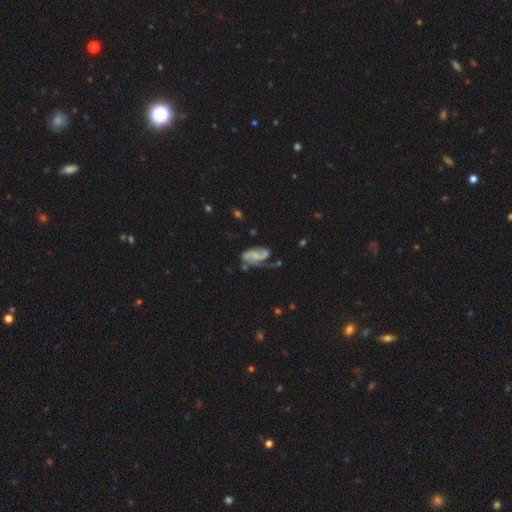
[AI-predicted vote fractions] Smooth or featured? featured or disk (72%)
Edge-on disk? no (97%)
Bar? no (48%)
Spiral arms? yes (89%)
Spiral winding? loose (43%)
Spiral arm count? 2 (72%)
Bulge size? none (53%)
Merging? none (39%)